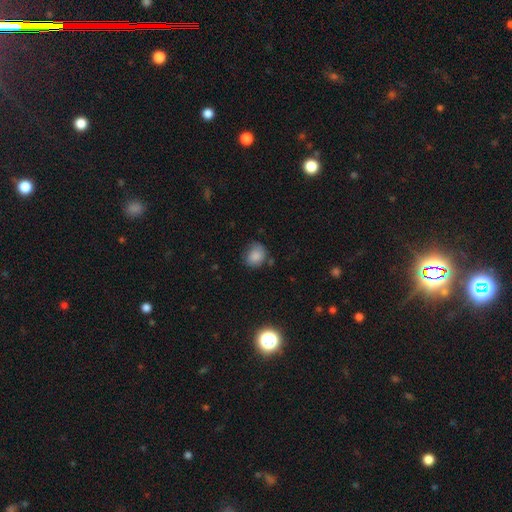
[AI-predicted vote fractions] A smooth galaxy with no disk features (83%) that is round (61%). Merging: none (63%).